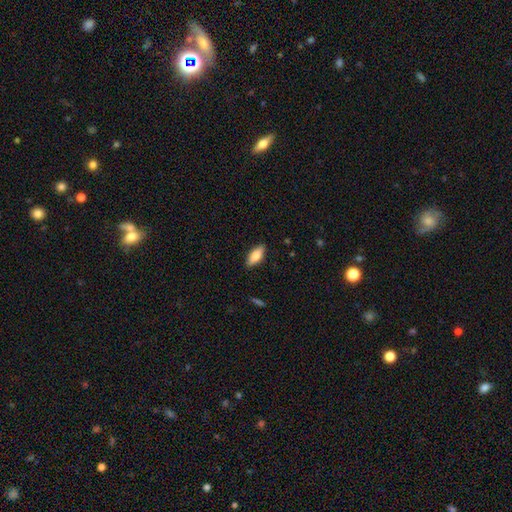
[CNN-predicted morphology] The model was most divided on "how rounded": in between: 77%, cigar-shaped: 21%, round: 2%. More confident: merging — none (88%); smooth or featured — smooth (79%).